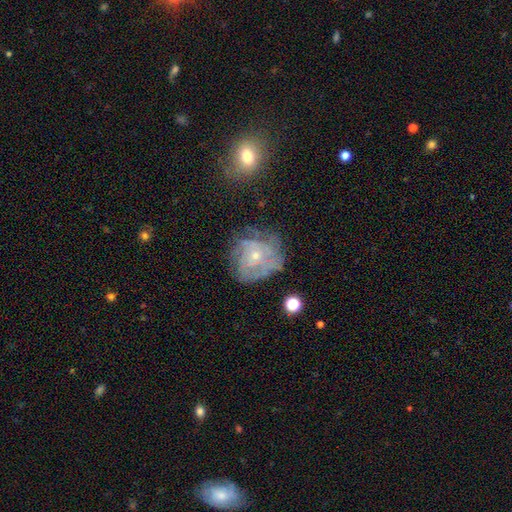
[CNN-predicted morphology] Q: Smooth or featured?
A: featured or disk (72%); runner-up: smooth (19%)
Q: Edge-on disk?
A: no (97%); runner-up: yes (3%)
Q: Bar?
A: no (80%); runner-up: weak (17%)
Q: Spiral arms?
A: yes (78%); runner-up: no (22%)
Q: Spiral winding?
A: tight (61%); runner-up: medium (28%)
Q: Spiral arm count?
A: can't tell (54%); runner-up: 3 (13%)
Q: Bulge size?
A: small (66%); runner-up: moderate (30%)
Q: Merging?
A: none (61%); runner-up: minor disturbance (22%)